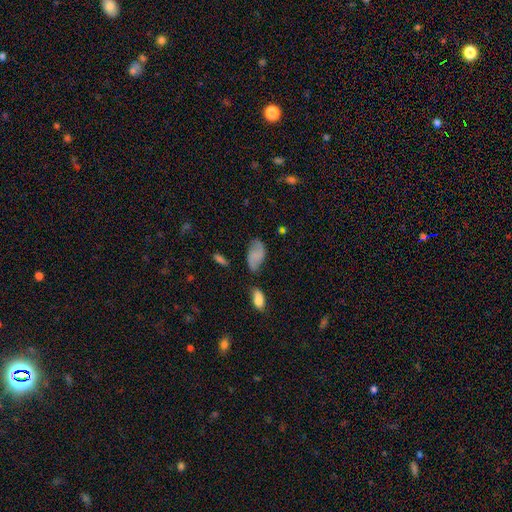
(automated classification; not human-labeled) This appears to be a smooth galaxy with no disk features (60%) that is in between round and cigar-shaped (92%). Merging: none (53%).